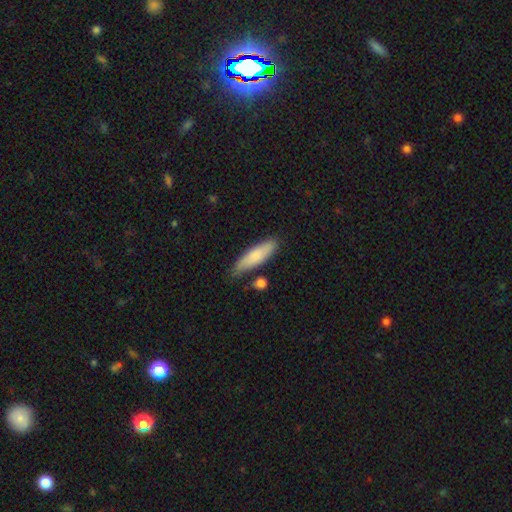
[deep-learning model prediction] Overall: smooth (79%). How rounded: cigar-shaped (65%; in between 33%). Merging: none (75%).